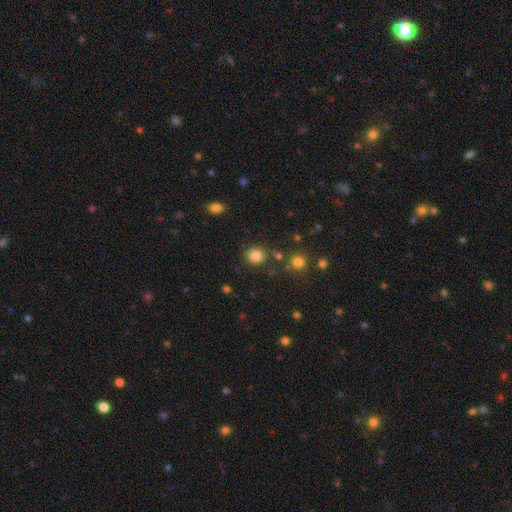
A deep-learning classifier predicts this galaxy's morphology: This appears to be a smooth galaxy with no disk features (83%) that is round (86%). Merging: none (82%).